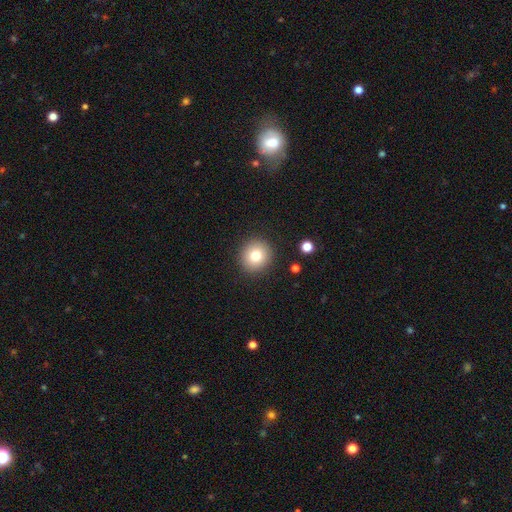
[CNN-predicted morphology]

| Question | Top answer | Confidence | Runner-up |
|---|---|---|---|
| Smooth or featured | smooth | 77% | star or artifact (12%) |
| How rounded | round | 90% | in between (10%) |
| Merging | none | 90% | minor disturbance (6%) |